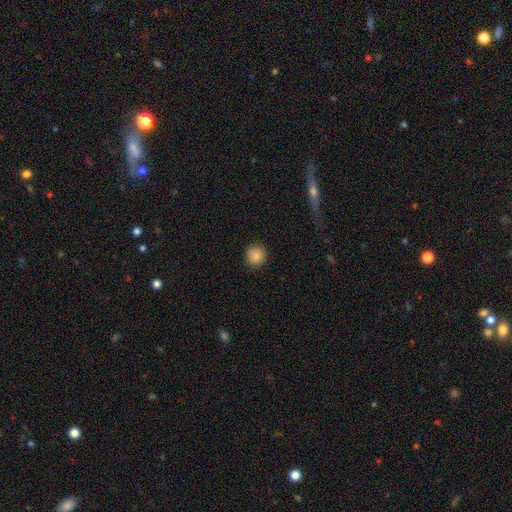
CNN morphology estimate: smooth 85%, star or artifact 9%, featured or disk 5%. Down the decision tree: how rounded — round (91%); merging — none (89%).